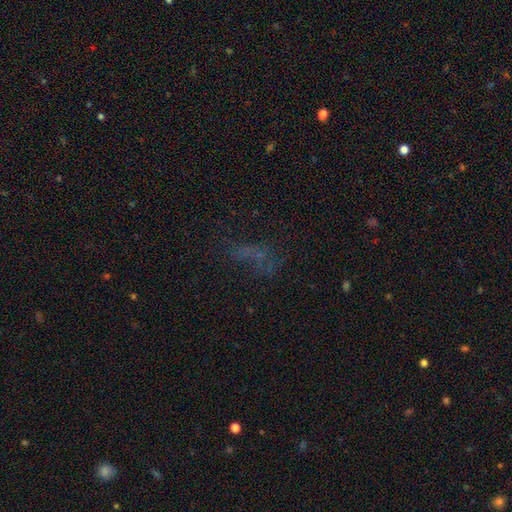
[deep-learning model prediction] A star or artifact, not a galaxy (39%).

Vote fractions:
- Smooth or featured? star or artifact: 39% / smooth: 35% / featured or disk: 26%